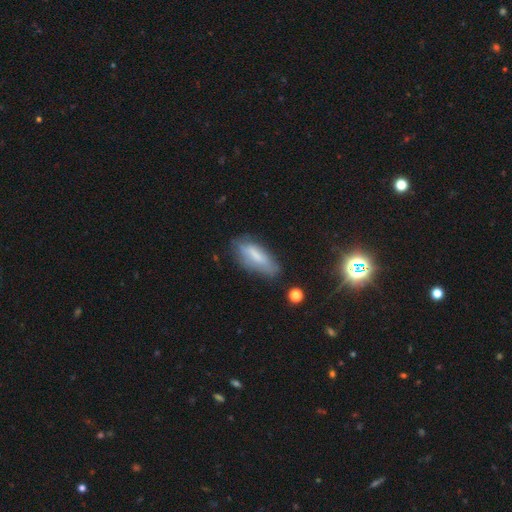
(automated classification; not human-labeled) smooth-or-featured: smooth: 62% | featured or disk: 29% | star or artifact: 9%
  how-rounded: in between: 59% | cigar-shaped: 39% | round: 2%
  merging: none: 64% | minor disturbance: 26% | major disturbance: 8% | merger: 3%